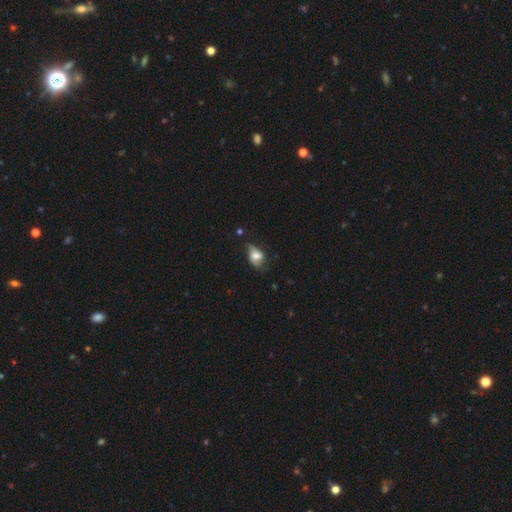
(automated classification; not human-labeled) Smooth or featured: smooth — 62% (featured or disk — 29%)
How rounded: in between — 77% (round — 21%)
Merging: none — 39% (minor disturbance — 38%)